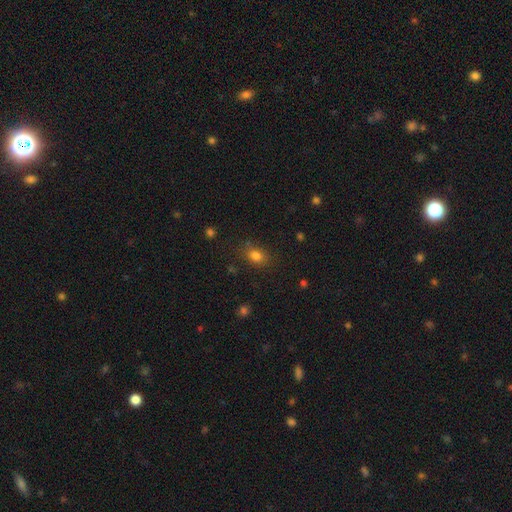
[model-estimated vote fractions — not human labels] Smooth or featured? smooth (81%)
How rounded? in between (62%)
Merging? none (78%)